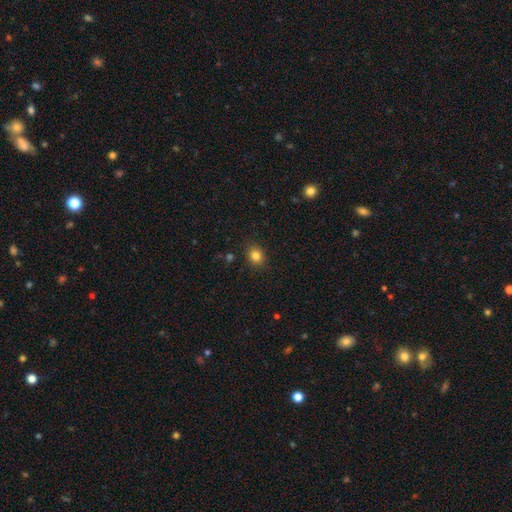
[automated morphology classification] smooth-or-featured: smooth: 83% | star or artifact: 12% | featured or disk: 5%
  how-rounded: round: 65% | in between: 34% | cigar-shaped: 1%
  merging: none: 88% | minor disturbance: 8% | major disturbance: 2% | merger: 1%